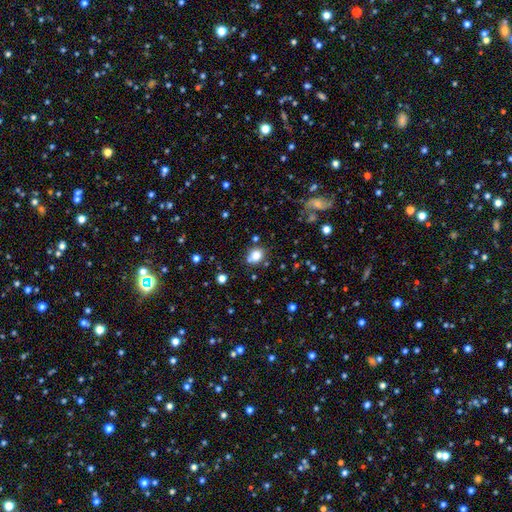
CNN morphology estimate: This is clearly a smooth galaxy (81%). How rounded: possibly round (55%). Merging: likely none (70%).